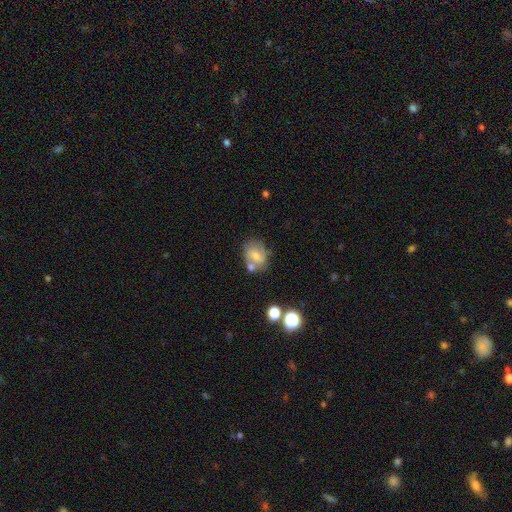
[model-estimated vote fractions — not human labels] A smooth galaxy with no disk features (49%). Merging: none (50%).